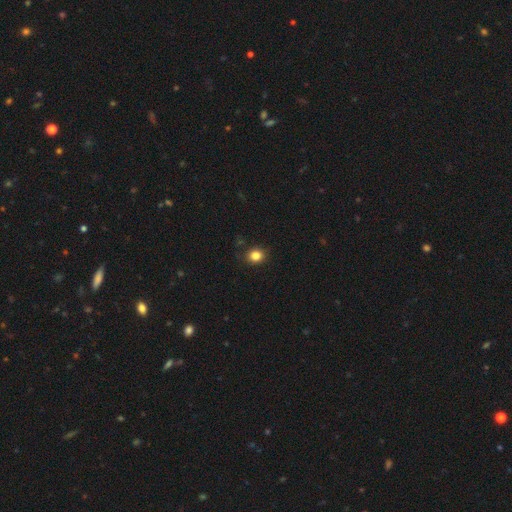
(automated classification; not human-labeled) Q: Smooth or featured?
A: smooth (84%); runner-up: star or artifact (12%)
Q: How rounded?
A: round (68%); runner-up: in between (31%)
Q: Merging?
A: none (88%); runner-up: minor disturbance (9%)